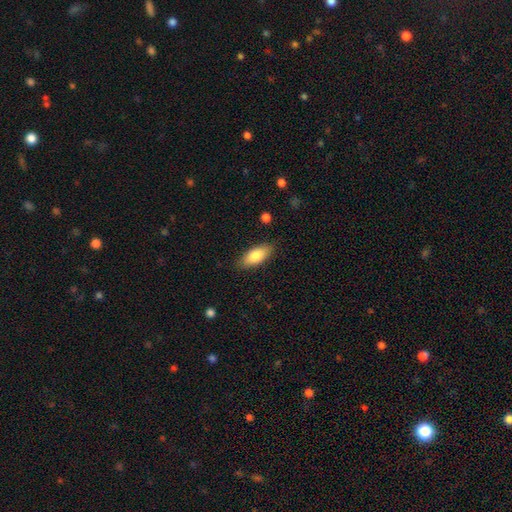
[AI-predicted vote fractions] The model was most divided on "smooth or featured": smooth: 82%, featured or disk: 12%, star or artifact: 6%. More confident: merging — none (85%); how rounded — in between (85%).